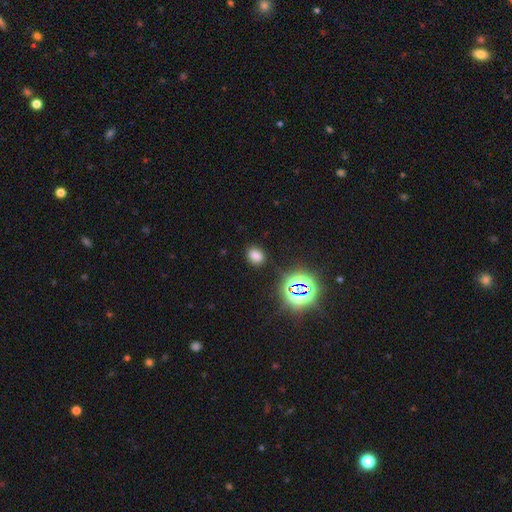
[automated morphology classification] smooth 69%, star or artifact 25%, featured or disk 6%. Down the decision tree: how rounded — in between (57%); merging — none (82%).